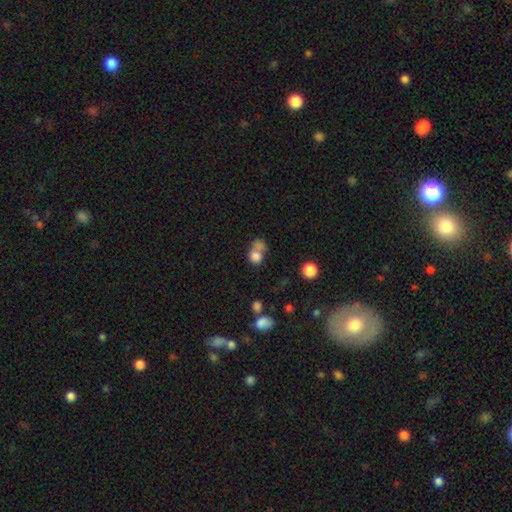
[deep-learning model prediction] Smooth or featured?
  - smooth: 74% *
  - featured or disk: 14%
  - star or artifact: 12%
How rounded?
  - round: 61% *
  - in between: 38%
  - cigar-shaped: 1%
Merging?
  - merger: 49% *
  - none: 26%
  - major disturbance: 13%
  - minor disturbance: 12%